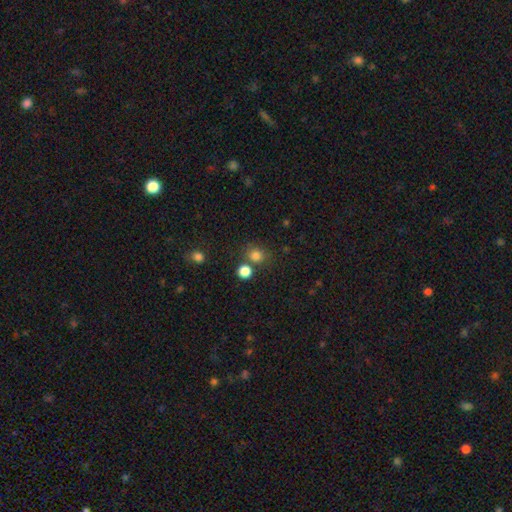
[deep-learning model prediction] smooth 80%, star or artifact 15%, featured or disk 5%. Down the decision tree: how rounded — round (78%); merging — none (69%).